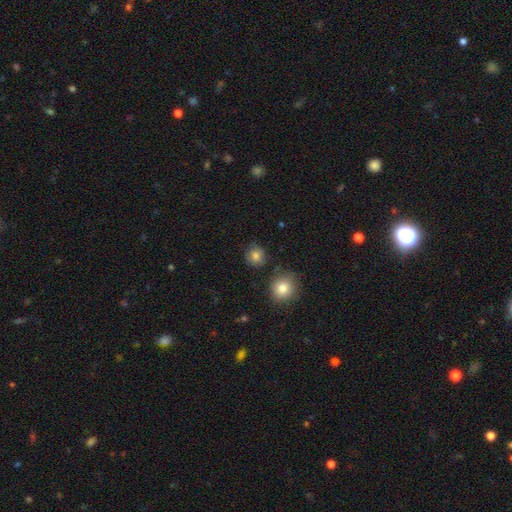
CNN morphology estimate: type=smooth (81%); roundness=round (88%); merging=none (80%).